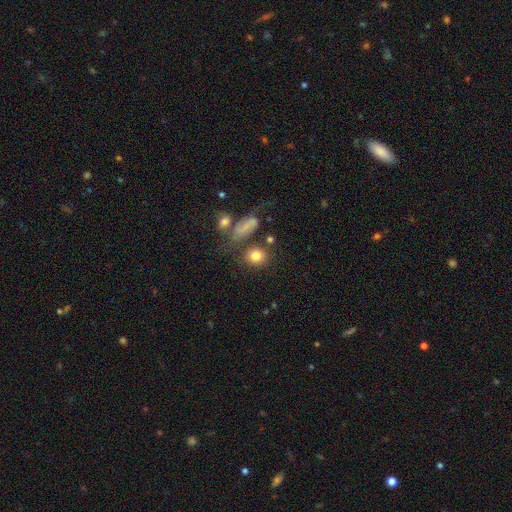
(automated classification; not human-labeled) This is likely a smooth galaxy (80%). How rounded: likely round (76%). Merging: likely none (67%).